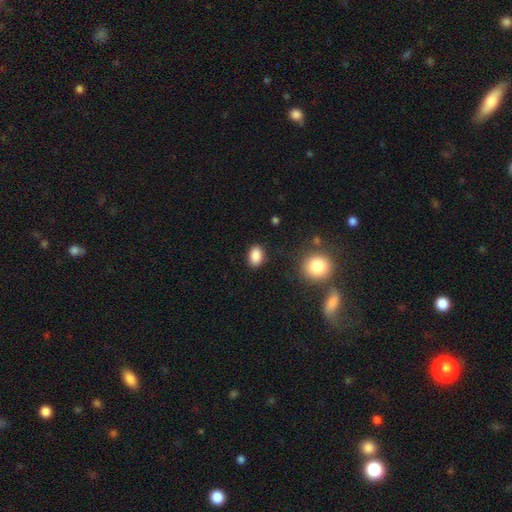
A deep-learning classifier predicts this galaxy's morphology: smooth-or-featured: smooth: 88% | star or artifact: 9% | featured or disk: 4%
  how-rounded: in between: 83% | round: 16% | cigar-shaped: 2%
  merging: none: 87% | minor disturbance: 9% | major disturbance: 3% | merger: 2%